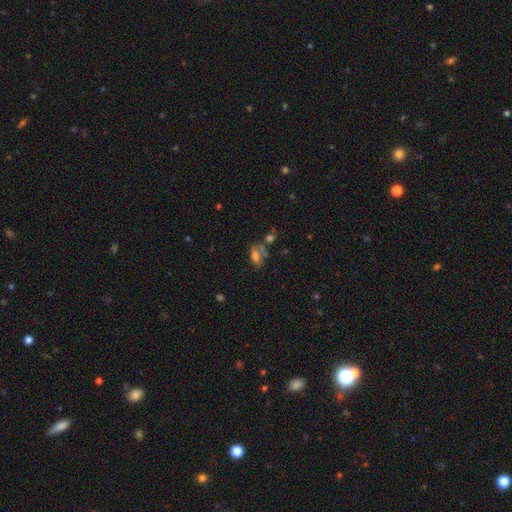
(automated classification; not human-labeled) This appears to be a smooth galaxy with no disk features (68%) that is in between round and cigar-shaped (86%). Merging: none (44%).